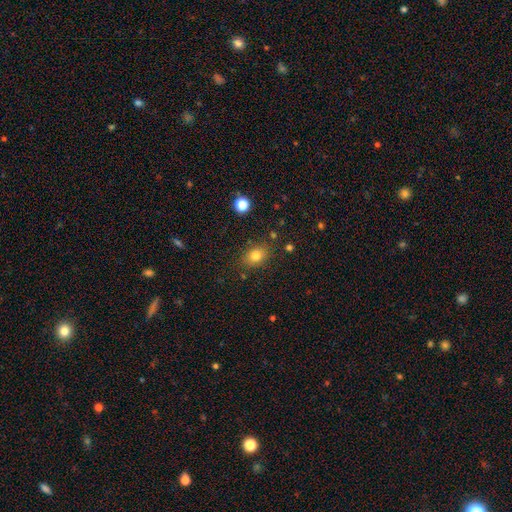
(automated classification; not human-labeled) Smooth or featured? Predicted: smooth (p=0.80). How rounded? Predicted: in between (p=0.60). Merging? Predicted: none (p=0.83).